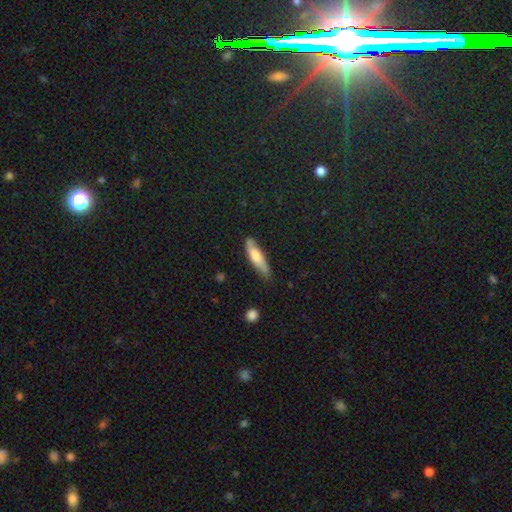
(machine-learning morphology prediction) Smooth or featured? Predicted: smooth (p=0.60). How rounded? Predicted: cigar-shaped (p=0.66). Merging? Predicted: none (p=0.65).